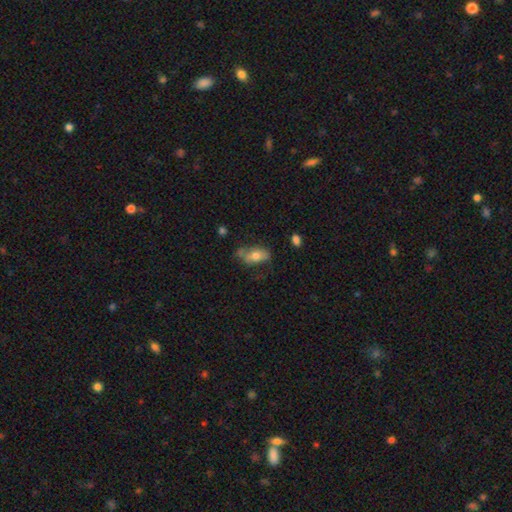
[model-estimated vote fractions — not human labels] Overall: smooth (64%; featured or disk 28%). How rounded: in between (87%). Merging: none (49%; minor disturbance 30%).